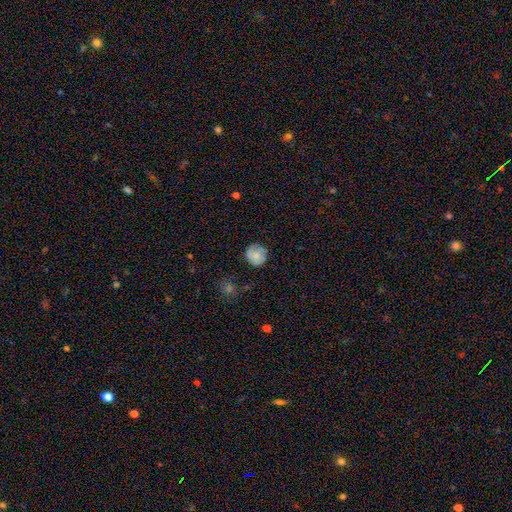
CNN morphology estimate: A smooth galaxy with no disk features (65%) that is round (86%). Merging: none (69%).